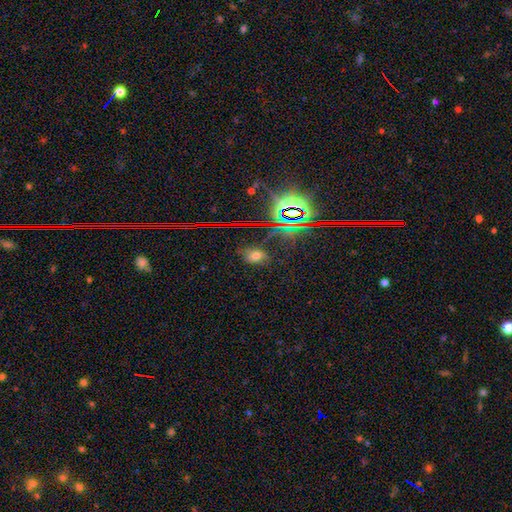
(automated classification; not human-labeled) smooth_or_featured: smooth (p=0.53) [alt: star or artifact p=0.36]
how_rounded: in between (p=0.72) [alt: round p=0.26]
merging: none (p=0.69) [alt: minor disturbance p=0.20]